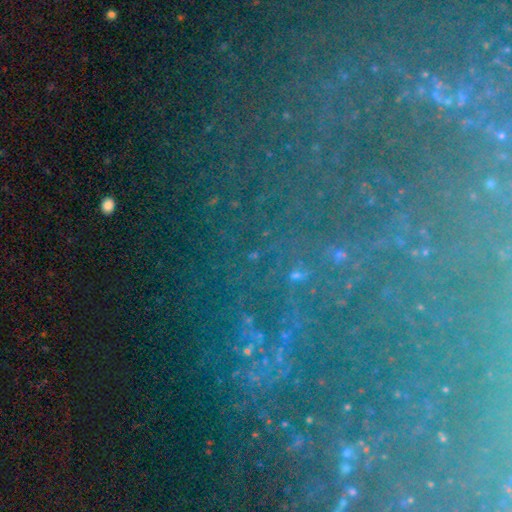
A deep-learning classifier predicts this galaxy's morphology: This is likely a star or artifact rather than a galaxy (76%).